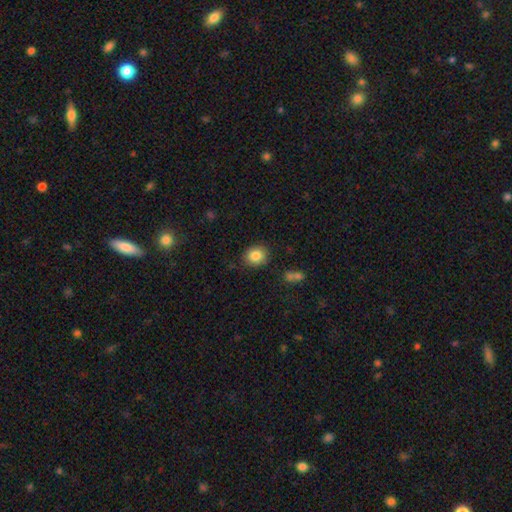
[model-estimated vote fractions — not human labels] A smooth galaxy with no disk features (84%) that is round (68%).

Vote fractions:
- Smooth or featured? smooth: 84% / star or artifact: 9% / featured or disk: 7%
- How rounded? round: 68% / in between: 31% / cigar-shaped: 1%
- Merging? none: 85% / minor disturbance: 11% / major disturbance: 3% / merger: 2%